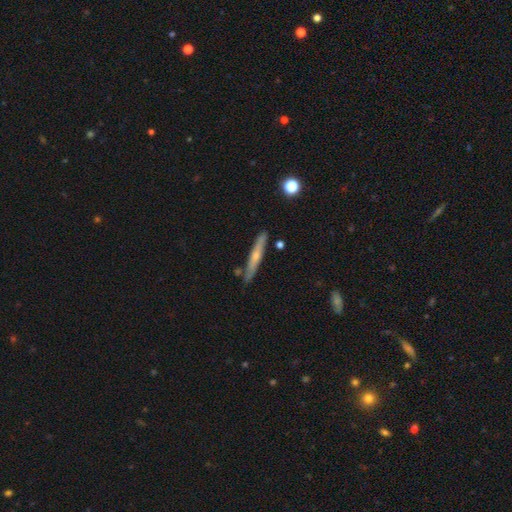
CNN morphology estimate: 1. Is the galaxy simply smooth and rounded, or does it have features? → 51% featured or disk, 43% smooth, 6% star or artifact.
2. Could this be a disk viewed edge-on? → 91% yes, 9% no.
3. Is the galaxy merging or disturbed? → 81% none, 12% minor disturbance, 4% merger, 2% major disturbance.